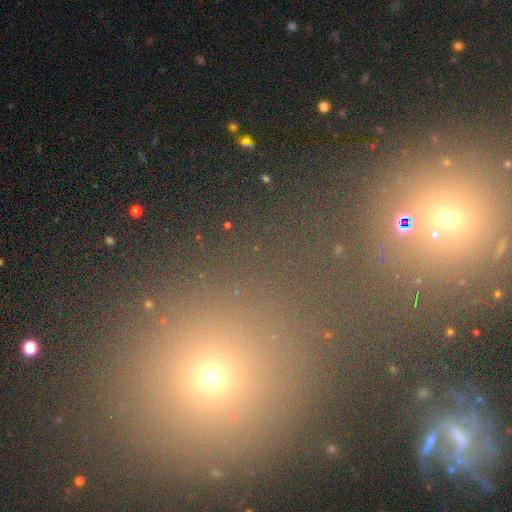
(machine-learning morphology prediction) Smooth or featured? smooth (50%)
How rounded? round (77%)
Merging? none (65%)